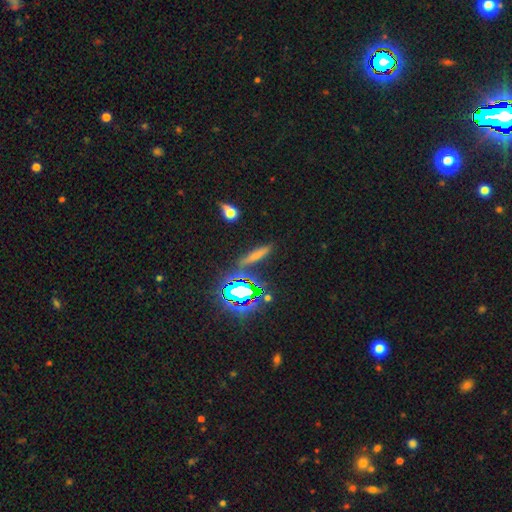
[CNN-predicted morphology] Overall: smooth (56%; star or artifact 26%). How rounded: cigar-shaped (81%). Merging: none (78%).